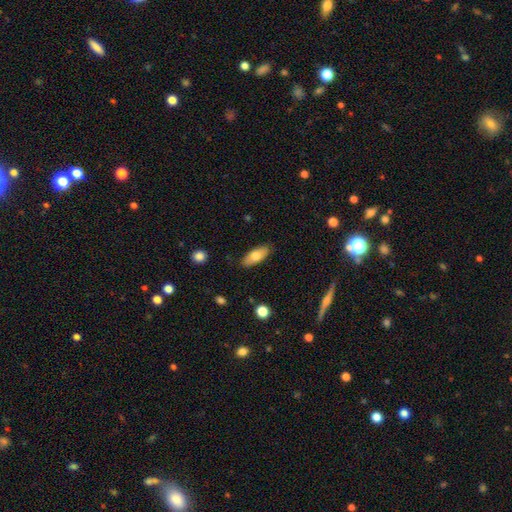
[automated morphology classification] Smooth or featured?
  - smooth: 73% *
  - featured or disk: 21%
  - star or artifact: 6%
How rounded?
  - in between: 79% *
  - cigar-shaped: 18%
  - round: 3%
Merging?
  - none: 85% *
  - minor disturbance: 11%
  - major disturbance: 2%
  - merger: 1%